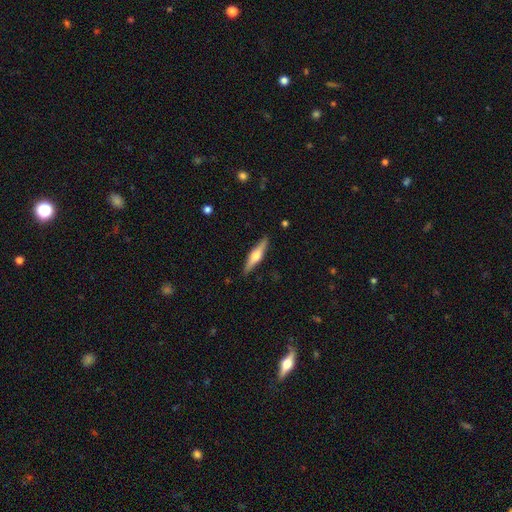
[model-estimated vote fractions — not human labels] A featured or disk galaxy (64%) viewed edge-on (97%) with a rounded central bulge (92%). Merging: none (89%).